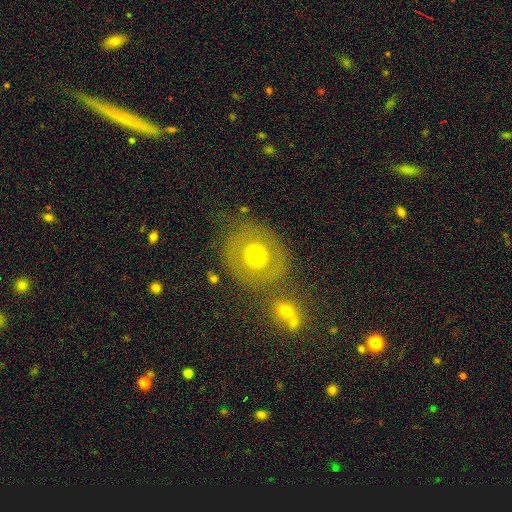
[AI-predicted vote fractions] Morphology: type=smooth (51%); roundness=round (80%); merging=none (70%).